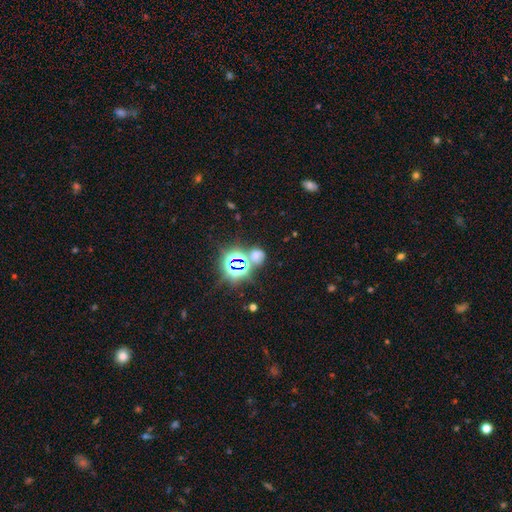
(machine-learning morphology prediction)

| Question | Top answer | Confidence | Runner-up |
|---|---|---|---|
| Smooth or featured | star or artifact | 54% | smooth (37%) |